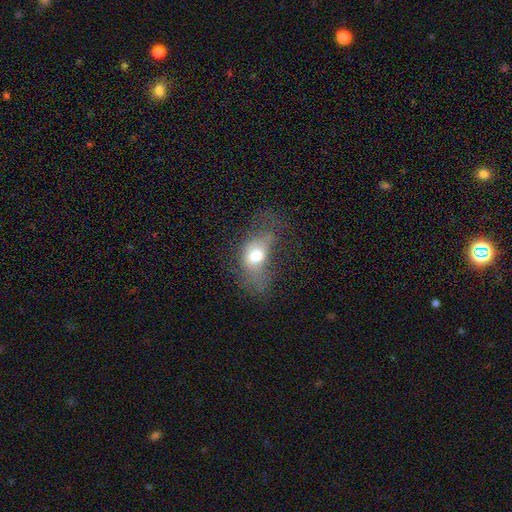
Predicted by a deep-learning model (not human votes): smooth 63%, featured or disk 25%, star or artifact 12%. Down the decision tree: how rounded — in between (75%); merging — major disturbance (46%).